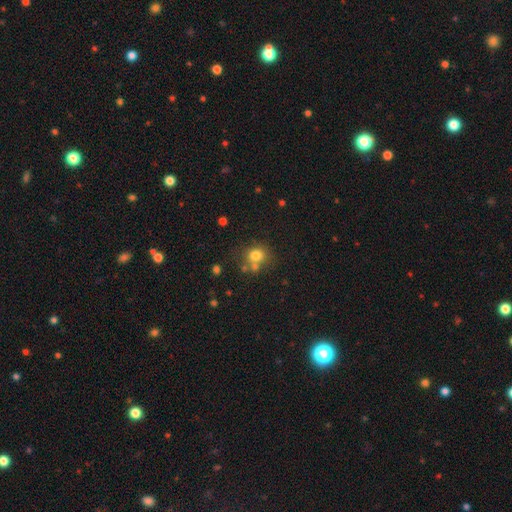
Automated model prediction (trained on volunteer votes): A smooth galaxy with no disk features (76%) that is round (77%). Merging: none (58%).